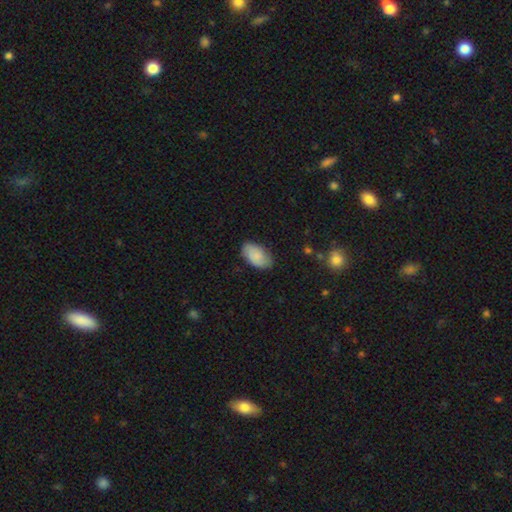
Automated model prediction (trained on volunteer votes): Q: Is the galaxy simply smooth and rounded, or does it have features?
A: smooth — 78%.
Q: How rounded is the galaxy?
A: in between — 94%.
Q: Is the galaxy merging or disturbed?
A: none — 79%.